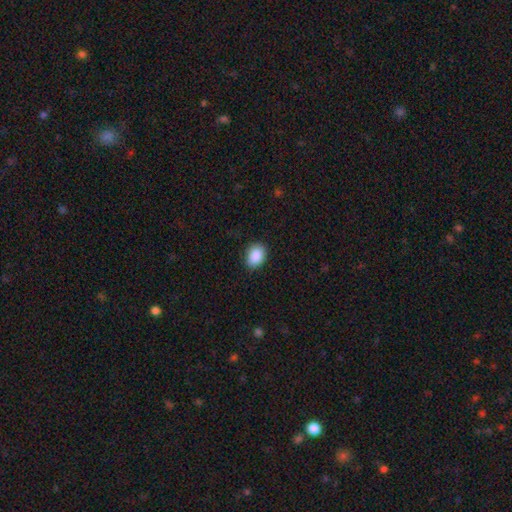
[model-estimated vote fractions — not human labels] Smooth or featured: smooth — 88% (star or artifact — 8%)
How rounded: in between — 70% (round — 29%)
Merging: none — 85% (minor disturbance — 11%)